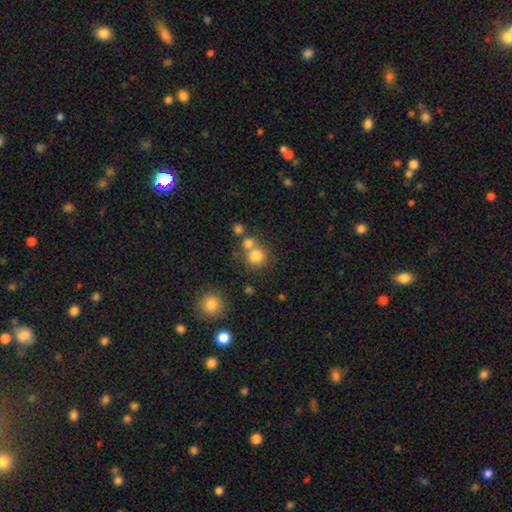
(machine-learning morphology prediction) The model was most divided on "merging": none: 57%, merger: 31%, minor disturbance: 8%, major disturbance: 4%. More confident: how rounded — round (88%); smooth or featured — smooth (79%).